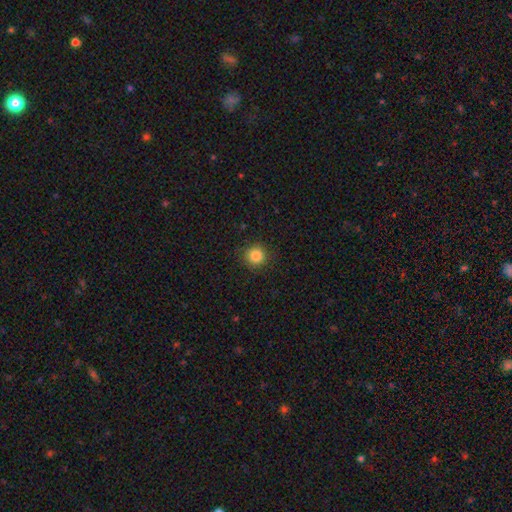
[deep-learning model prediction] Morphology: type=smooth (85%); roundness=round (93%); merging=none (89%).